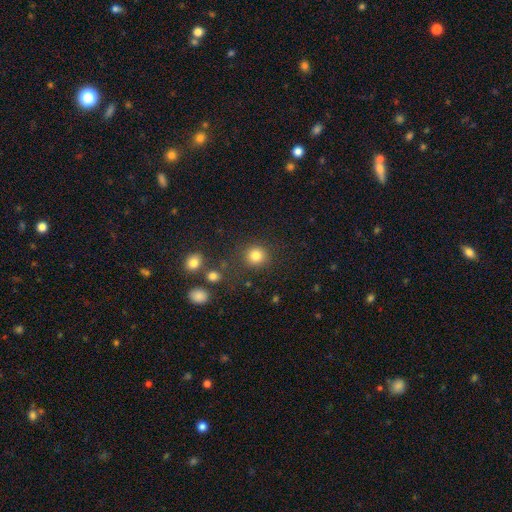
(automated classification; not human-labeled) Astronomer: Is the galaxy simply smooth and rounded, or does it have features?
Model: smooth — 83%.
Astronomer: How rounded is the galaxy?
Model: round — 90%.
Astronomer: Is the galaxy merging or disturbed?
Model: none — 84%.